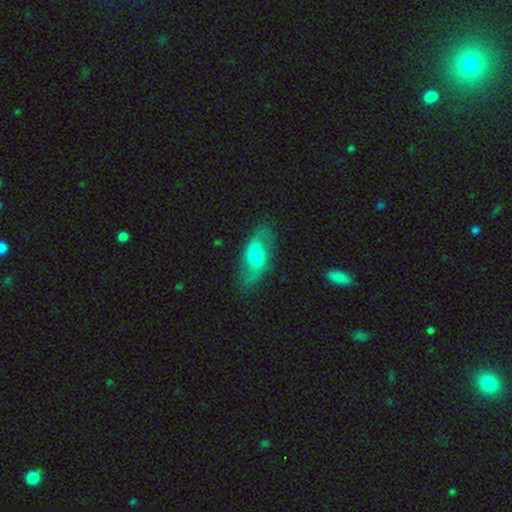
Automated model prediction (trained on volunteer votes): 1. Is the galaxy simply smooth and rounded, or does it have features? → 54% featured or disk, 40% smooth, 6% star or artifact.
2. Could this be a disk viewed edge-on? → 86% no, 14% yes.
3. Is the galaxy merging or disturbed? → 77% none, 16% minor disturbance, 6% major disturbance, 1% merger.